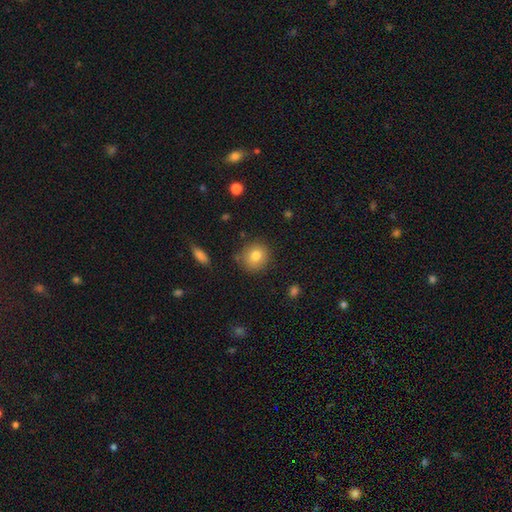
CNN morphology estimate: type=smooth (81%); roundness=round (86%); merging=none (82%).